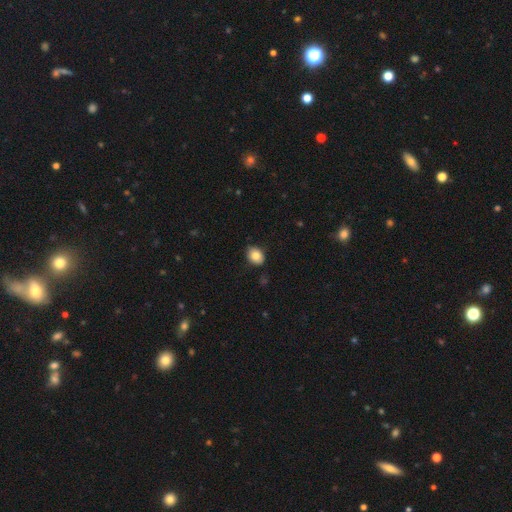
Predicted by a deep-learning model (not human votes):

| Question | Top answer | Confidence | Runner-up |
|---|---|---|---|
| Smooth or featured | smooth | 83% | featured or disk (9%) |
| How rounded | in between | 64% | round (35%) |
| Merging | none | 82% | minor disturbance (14%) |